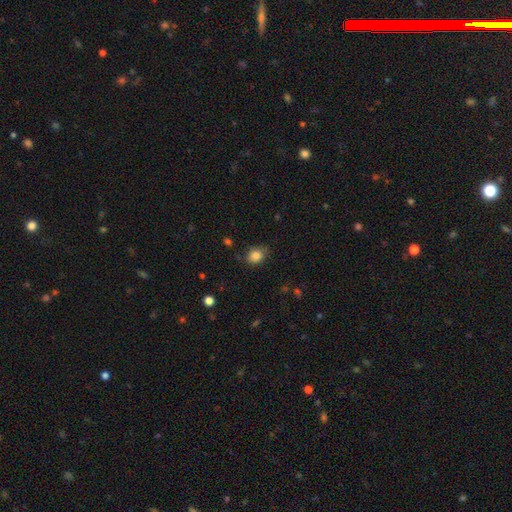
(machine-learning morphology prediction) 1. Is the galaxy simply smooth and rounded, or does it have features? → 84% smooth, 10% star or artifact, 6% featured or disk.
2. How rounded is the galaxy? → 53% in between, 45% round, 1% cigar-shaped.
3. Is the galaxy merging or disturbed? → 70% none, 23% minor disturbance, 5% major disturbance, 2% merger.